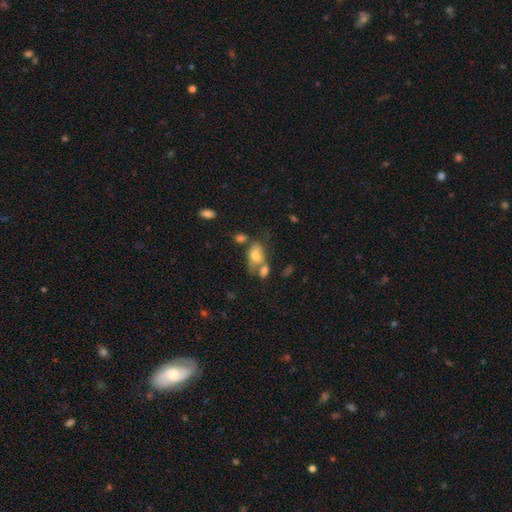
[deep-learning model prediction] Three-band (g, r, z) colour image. It shows a smooth galaxy with no disk features (69%) that is in between round and cigar-shaped (85%). Merging: merger (39%).